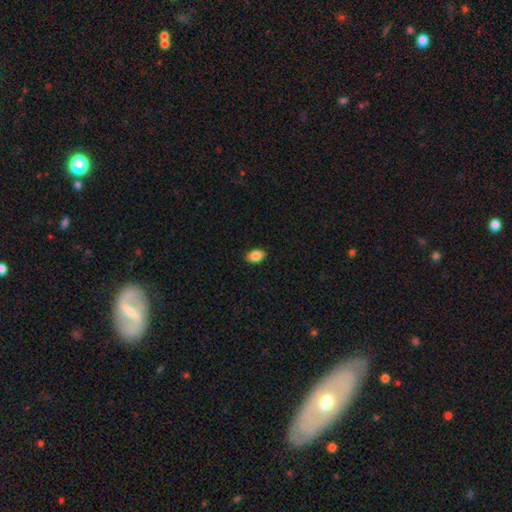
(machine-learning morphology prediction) This appears to be a smooth galaxy with no disk features (88%) that is in between round and cigar-shaped (85%). Merging: none (87%).